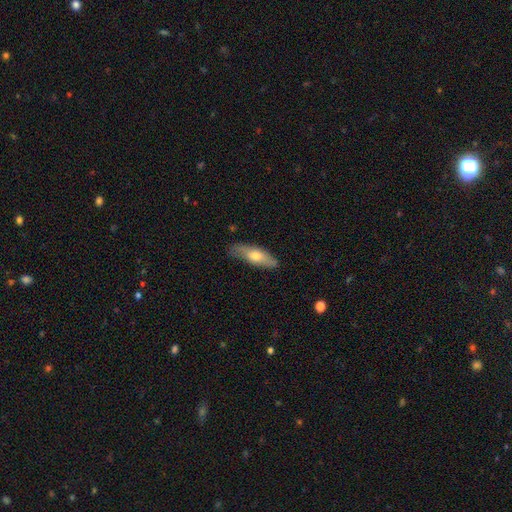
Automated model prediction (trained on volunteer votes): Q: Smooth or featured?
A: smooth (60%); runner-up: featured or disk (35%)
Q: How rounded?
A: in between (55%); runner-up: cigar-shaped (43%)
Q: Merging?
A: none (77%); runner-up: minor disturbance (18%)